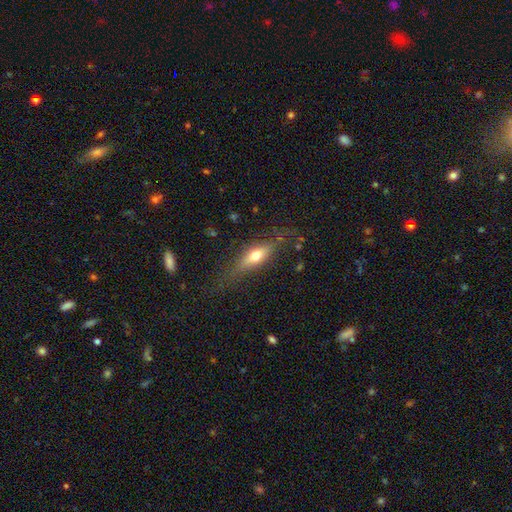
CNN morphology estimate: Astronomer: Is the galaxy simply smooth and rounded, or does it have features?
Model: smooth — 47% (runner-up: featured or disk, 44%).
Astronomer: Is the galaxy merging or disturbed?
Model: none — 76%.